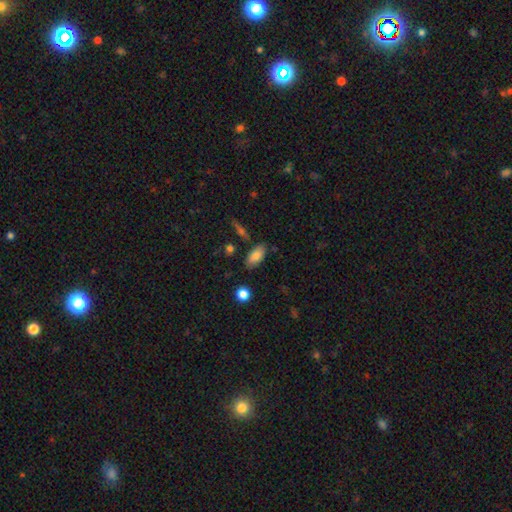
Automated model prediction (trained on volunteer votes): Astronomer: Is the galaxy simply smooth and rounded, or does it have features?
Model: smooth — 81%.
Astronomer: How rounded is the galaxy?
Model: in between — 91%.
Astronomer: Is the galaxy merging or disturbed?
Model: none — 79%.